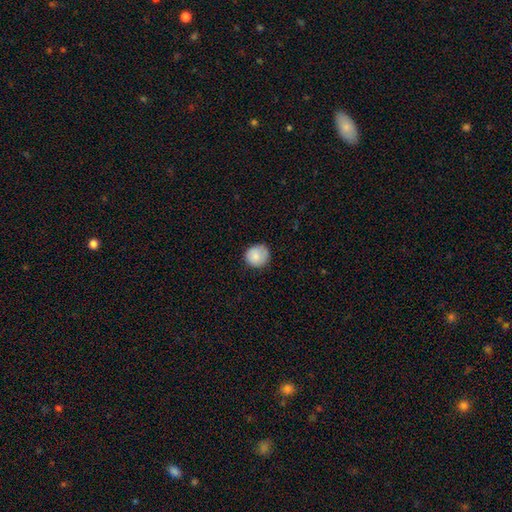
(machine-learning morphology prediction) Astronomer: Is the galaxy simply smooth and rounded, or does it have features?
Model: smooth — 85%.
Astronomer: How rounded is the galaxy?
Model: round — 88%.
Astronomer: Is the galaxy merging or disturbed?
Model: none — 78%.